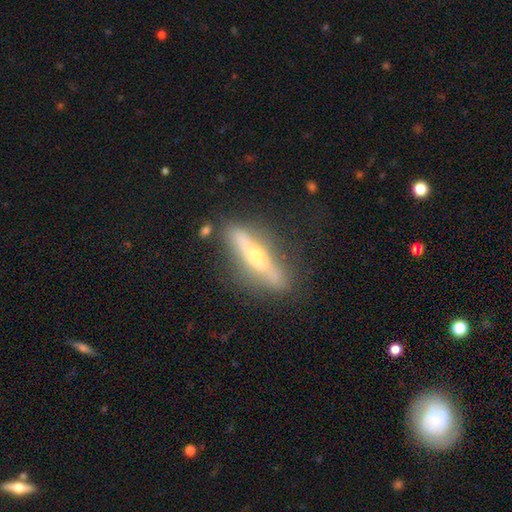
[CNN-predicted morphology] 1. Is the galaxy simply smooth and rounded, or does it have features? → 69% featured or disk, 24% smooth, 7% star or artifact.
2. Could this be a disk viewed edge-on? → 84% yes, 16% no.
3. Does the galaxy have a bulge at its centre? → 92% rounded, 6% none, 3% boxy.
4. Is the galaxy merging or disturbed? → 78% none, 14% minor disturbance, 5% major disturbance, 3% merger.